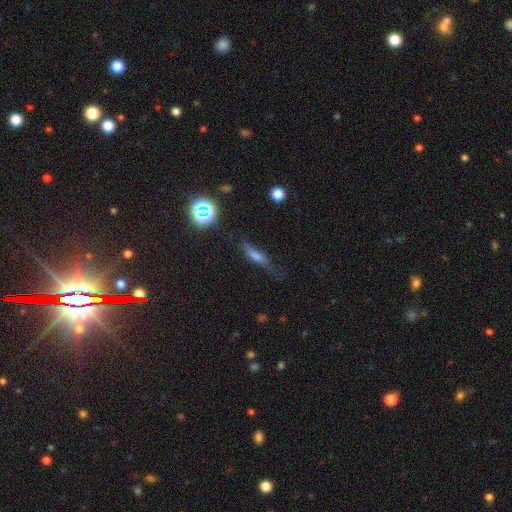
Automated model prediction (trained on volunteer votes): smooth 48%, featured or disk 34%, star or artifact 18%. Down the decision tree: merging — none (62%).